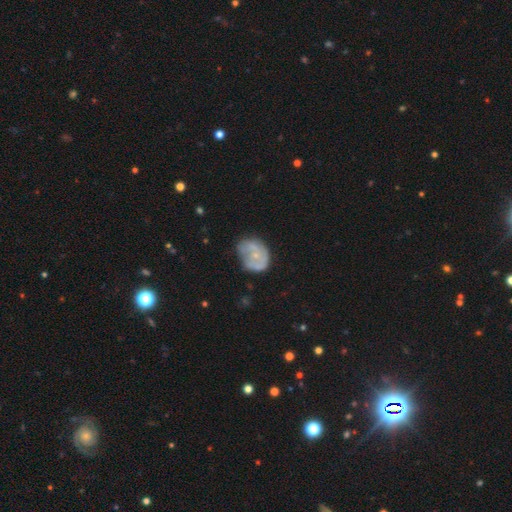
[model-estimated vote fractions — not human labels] This appears to be a featured or disk galaxy (54%) with no bar (81%), no spiral arms (51%) and a small central bulge (68%). Merging: none (38%).